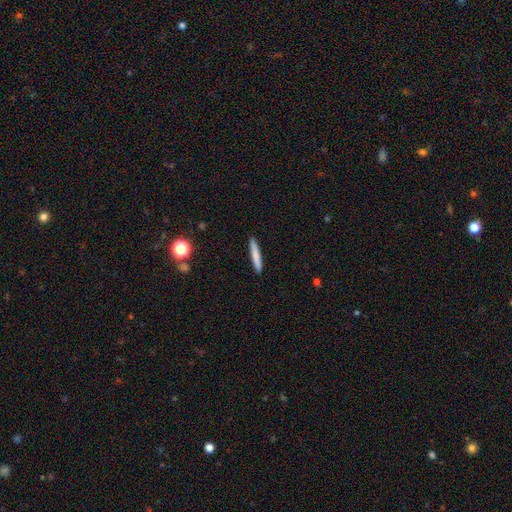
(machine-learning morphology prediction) A smooth galaxy with no disk features (77%) that is cigar-shaped (95%). Merging: none (92%).